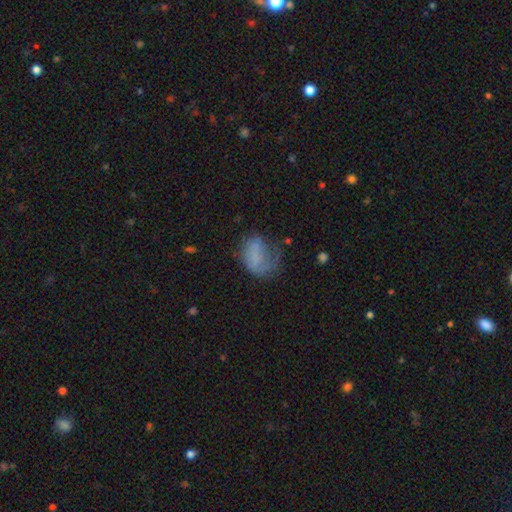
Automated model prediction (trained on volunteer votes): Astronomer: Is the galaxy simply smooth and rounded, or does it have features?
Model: smooth — 58%.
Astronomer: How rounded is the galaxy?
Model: in between — 69%.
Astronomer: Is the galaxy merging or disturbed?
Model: major disturbance — 39% (runner-up: none, 32%).